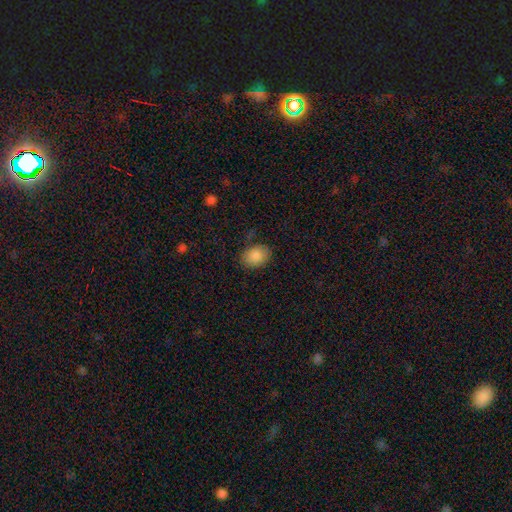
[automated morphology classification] Smooth or featured: smooth — 87% (star or artifact — 8%)
How rounded: in between — 71% (round — 28%)
Merging: none — 79% (minor disturbance — 15%)